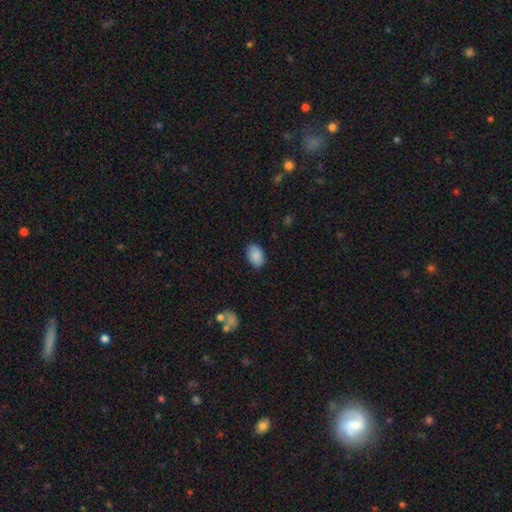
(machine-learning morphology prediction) Smooth or featured?
  - smooth: 88% *
  - star or artifact: 7%
  - featured or disk: 5%
How rounded?
  - in between: 88% *
  - round: 11%
  - cigar-shaped: 1%
Merging?
  - none: 81% *
  - minor disturbance: 15%
  - major disturbance: 3%
  - merger: 1%